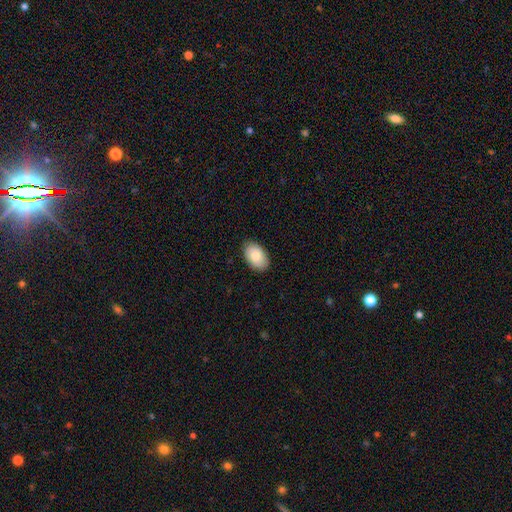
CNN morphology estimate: A smooth galaxy with no disk features (83%) that is in between round and cigar-shaped (92%). Merging: none (86%).